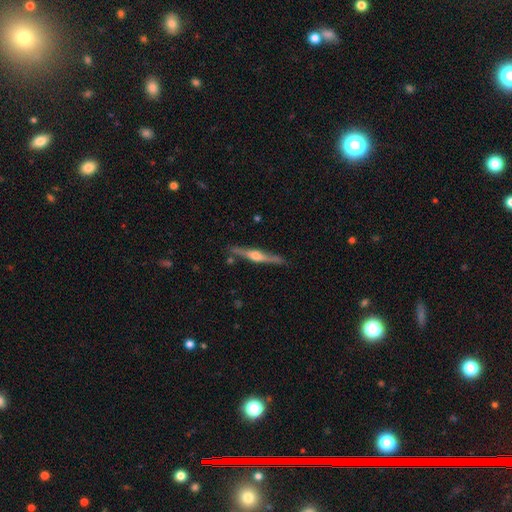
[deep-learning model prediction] Morphology: type=featured or disk (78%); edge-on=yes (98%); edge-on bulge=rounded (90%); merging=none (86%).